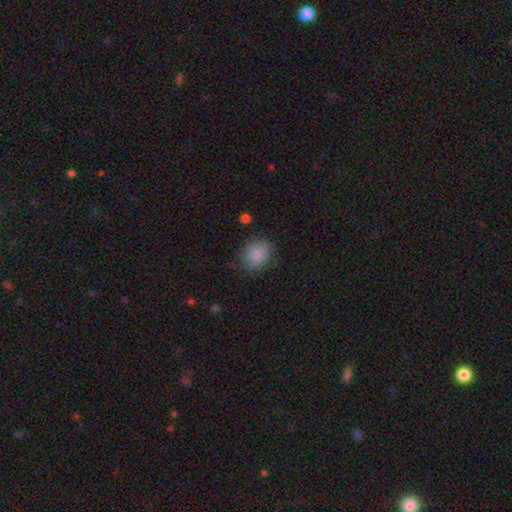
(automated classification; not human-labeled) Smooth or featured? Predicted: smooth (p=0.87). How rounded? Predicted: round (p=0.65). Merging? Predicted: none (p=0.83).